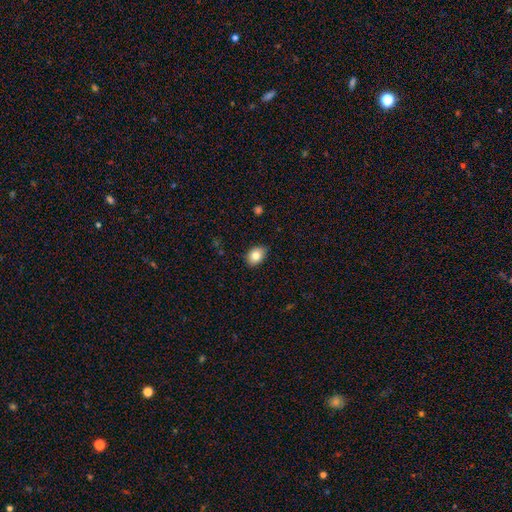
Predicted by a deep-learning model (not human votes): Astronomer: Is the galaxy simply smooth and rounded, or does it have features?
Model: smooth — 81%.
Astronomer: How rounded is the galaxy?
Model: in between — 73%.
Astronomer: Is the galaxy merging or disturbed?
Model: none — 84%.